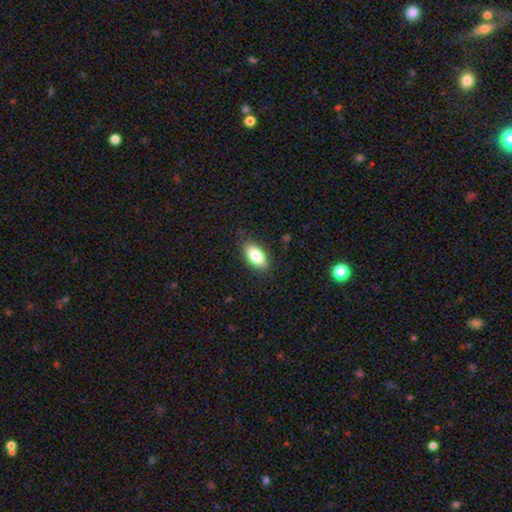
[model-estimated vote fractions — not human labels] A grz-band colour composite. It shows a smooth galaxy with no disk features (83%) that is in between round and cigar-shaped (91%). Merging: none (86%).